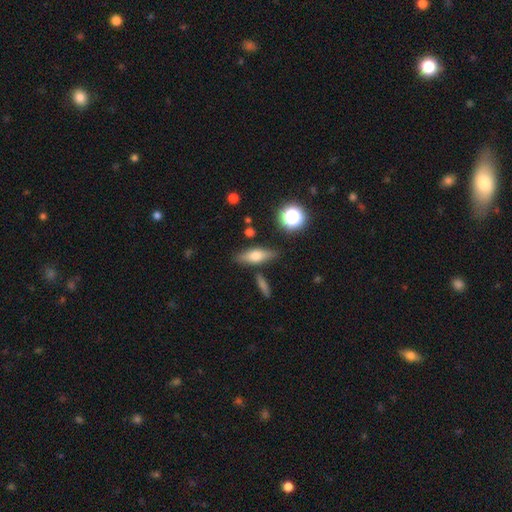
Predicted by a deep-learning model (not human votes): Smooth or featured? Predicted: smooth (p=0.59). How rounded? Predicted: in between (p=0.58). Merging? Predicted: none (p=0.79).